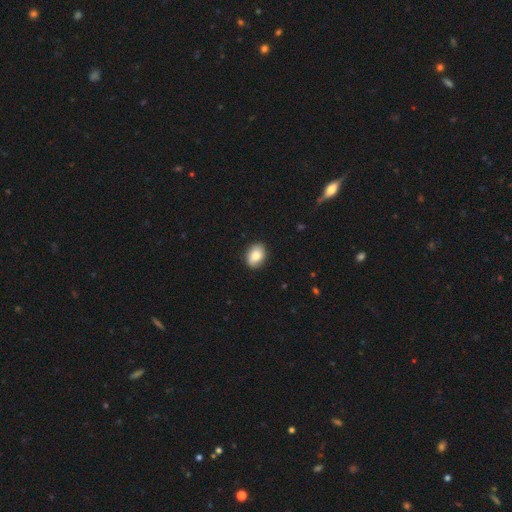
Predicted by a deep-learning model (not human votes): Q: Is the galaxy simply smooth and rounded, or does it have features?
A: smooth — 77%.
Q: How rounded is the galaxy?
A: in between — 68%.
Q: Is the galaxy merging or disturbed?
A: none — 85%.